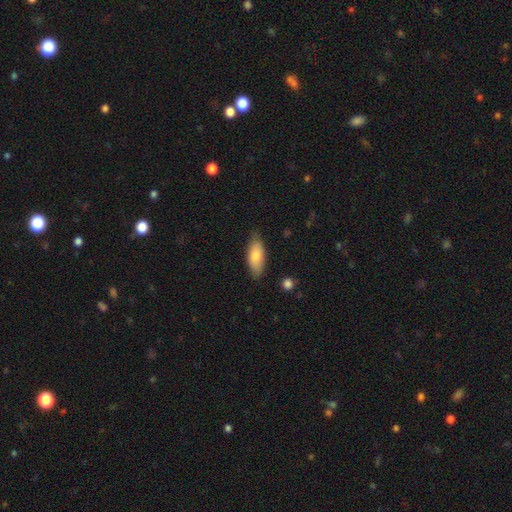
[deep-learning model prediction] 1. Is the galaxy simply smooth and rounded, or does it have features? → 81% smooth, 13% featured or disk, 6% star or artifact.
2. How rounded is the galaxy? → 77% in between, 21% cigar-shaped, 2% round.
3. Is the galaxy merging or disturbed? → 79% none, 17% minor disturbance, 3% major disturbance, 1% merger.